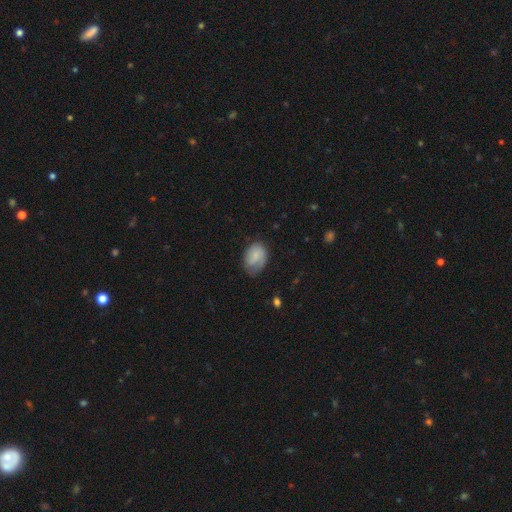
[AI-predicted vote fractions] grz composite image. It shows a smooth galaxy with no disk features (69%) that is in between round and cigar-shaped (77%). Merging: none (58%).